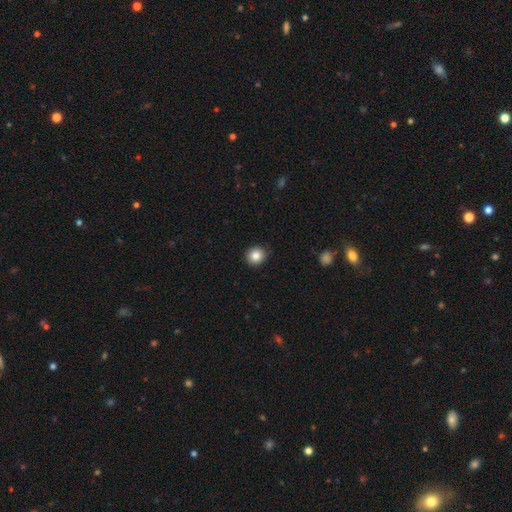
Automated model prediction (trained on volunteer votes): Smooth or featured? Predicted: smooth (p=0.85). How rounded? Predicted: round (p=0.90). Merging? Predicted: none (p=0.91).